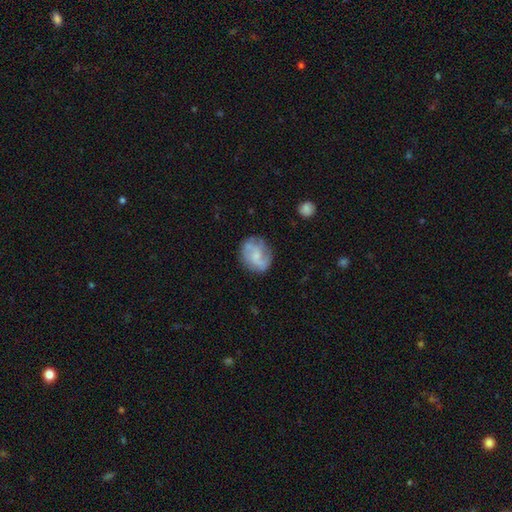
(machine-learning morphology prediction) The model was most divided on "bulge size": small: 41%, moderate: 31%, none: 23%, large: 4%, dominant: 1%. More confident: edge-on disk — no (97%); spiral arms — yes (77%); merging — none (66%); bar — no (58%); smooth or featured — featured or disk (53%).